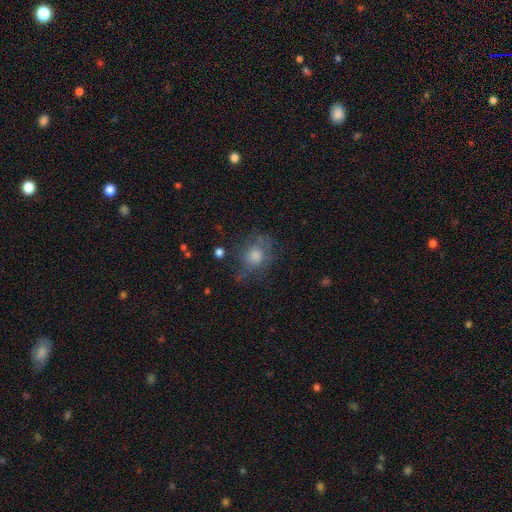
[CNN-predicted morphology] The model was most divided on "smooth or featured": smooth: 55%, featured or disk: 29%, star or artifact: 16%. More confident: how rounded — round (65%); merging — none (61%).